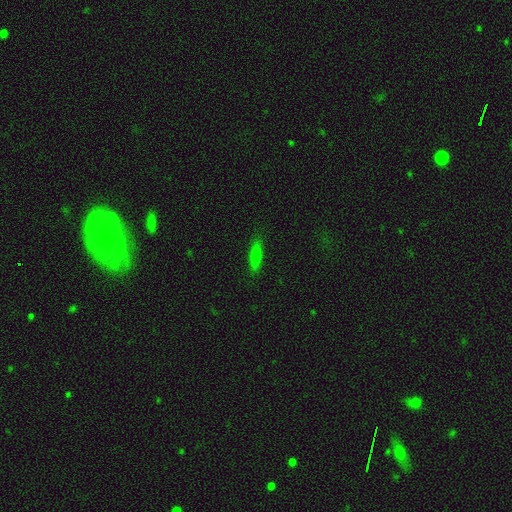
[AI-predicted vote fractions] smooth 67%, featured or disk 24%, star or artifact 9%. Down the decision tree: how rounded — cigar-shaped (66%); merging — none (87%).